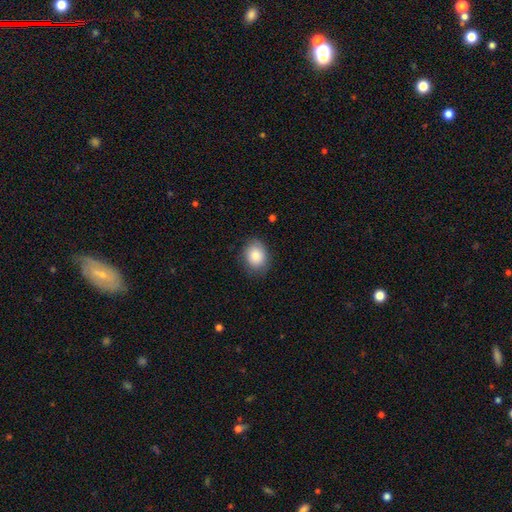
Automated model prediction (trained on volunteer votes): Q: Smooth or featured?
A: smooth (85%); runner-up: featured or disk (8%)
Q: How rounded?
A: in between (53%); runner-up: round (46%)
Q: Merging?
A: none (80%); runner-up: minor disturbance (15%)